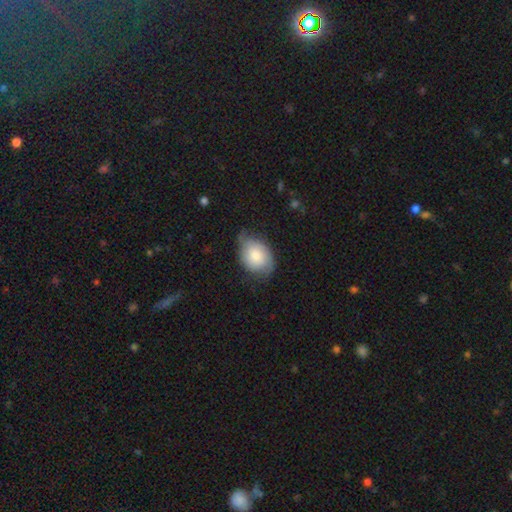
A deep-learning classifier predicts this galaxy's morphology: smooth_or_featured: smooth (p=0.66) [alt: featured or disk p=0.27]
how_rounded: in between (p=0.71) [alt: round p=0.28]
merging: none (p=0.51) [alt: minor disturbance p=0.38]